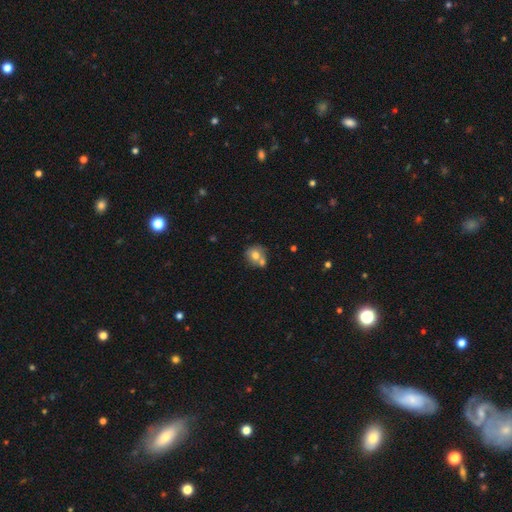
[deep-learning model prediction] Smooth or featured?
  - smooth: 71% *
  - featured or disk: 20%
  - star or artifact: 9%
How rounded?
  - round: 79% *
  - in between: 20%
  - cigar-shaped: 1%
Merging?
  - none: 47% *
  - merger: 37%
  - minor disturbance: 12%
  - major disturbance: 4%